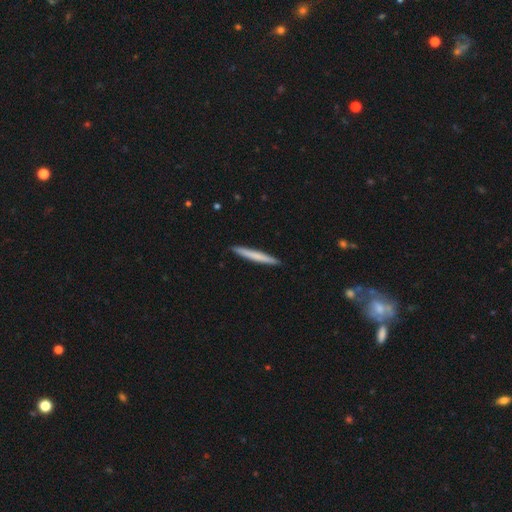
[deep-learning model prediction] A smooth galaxy with no disk features (67%) that is cigar-shaped (97%).

Vote fractions:
- Smooth or featured? smooth: 67% / featured or disk: 28% / star or artifact: 5%
- How rounded? cigar-shaped: 97% / in between: 2% / round: 1%
- Merging? none: 92% / minor disturbance: 5% / major disturbance: 1% / merger: 1%